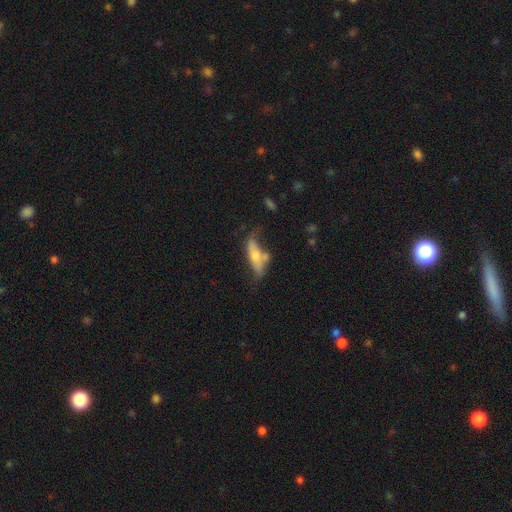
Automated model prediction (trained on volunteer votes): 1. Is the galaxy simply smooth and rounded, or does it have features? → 48% smooth, 44% featured or disk, 7% star or artifact.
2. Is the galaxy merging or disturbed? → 42% none, 26% minor disturbance, 17% merger, 15% major disturbance.